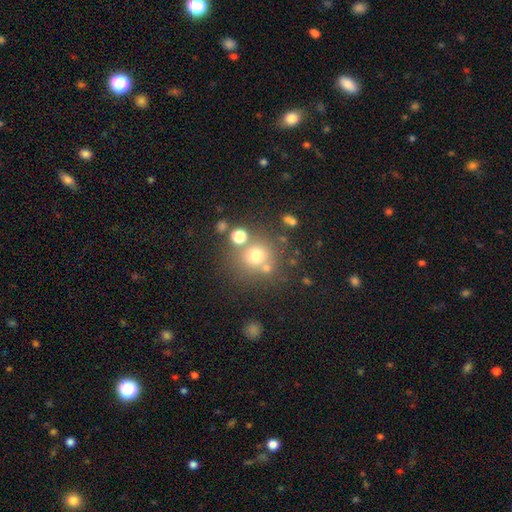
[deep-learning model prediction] smooth 69%, star or artifact 18%, featured or disk 13%. Down the decision tree: how rounded — round (88%); merging — none (67%).